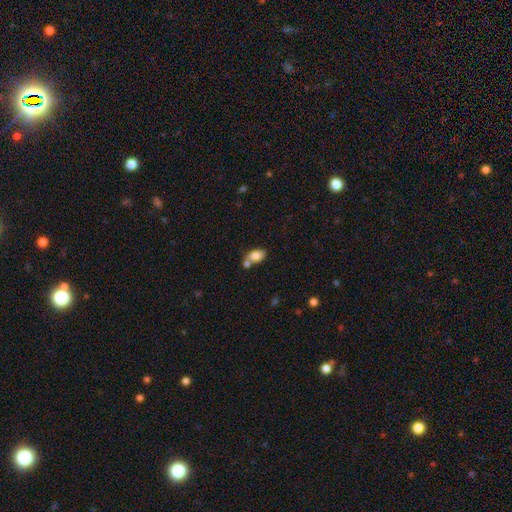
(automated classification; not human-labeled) smooth-or-featured: smooth: 80% | featured or disk: 12% | star or artifact: 8%
  how-rounded: in between: 89% | round: 9% | cigar-shaped: 2%
  merging: none: 51% | merger: 31% | minor disturbance: 14% | major disturbance: 4%